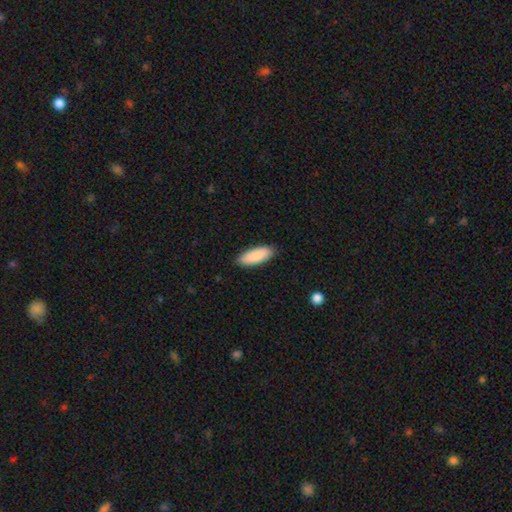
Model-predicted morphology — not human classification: smooth 89%, featured or disk 6%, star or artifact 5%. Down the decision tree: how rounded — in between (72%); merging — none (88%).